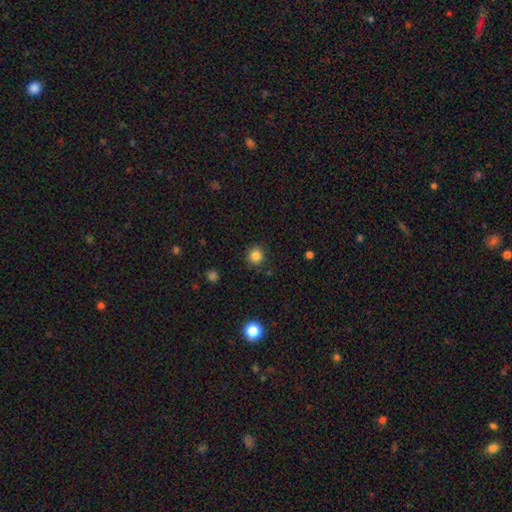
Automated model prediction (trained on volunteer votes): smooth-or-featured: smooth: 85% | star or artifact: 11% | featured or disk: 4%
  how-rounded: round: 92% | in between: 7% | cigar-shaped: 1%
  merging: none: 89% | minor disturbance: 7% | major disturbance: 2% | merger: 1%